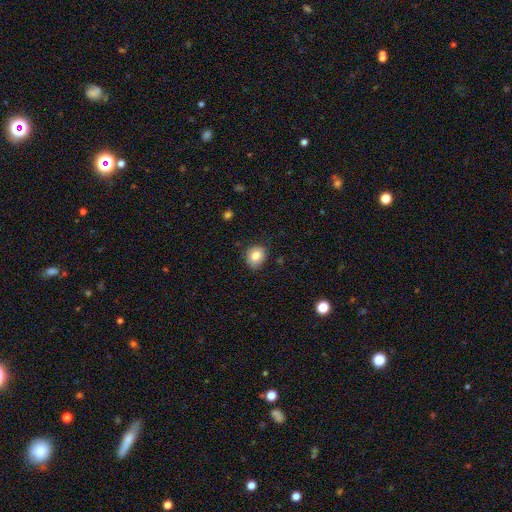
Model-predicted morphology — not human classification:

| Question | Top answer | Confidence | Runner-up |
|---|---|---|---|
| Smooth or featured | smooth | 81% | star or artifact (9%) |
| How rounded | round | 71% | in between (28%) |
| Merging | none | 82% | minor disturbance (15%) |